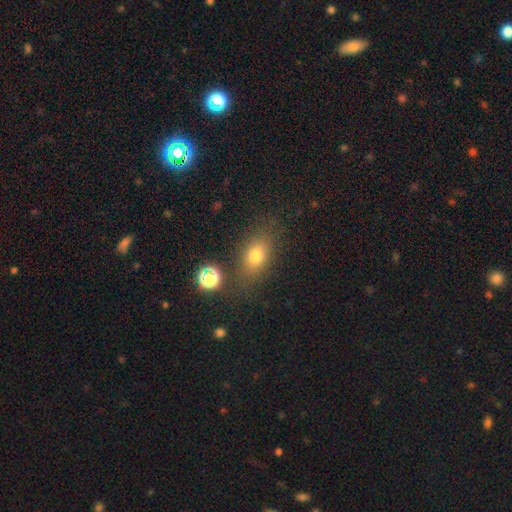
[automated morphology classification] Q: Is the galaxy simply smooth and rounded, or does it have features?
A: smooth — 73%.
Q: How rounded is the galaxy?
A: in between — 73%.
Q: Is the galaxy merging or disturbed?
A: none — 79%.